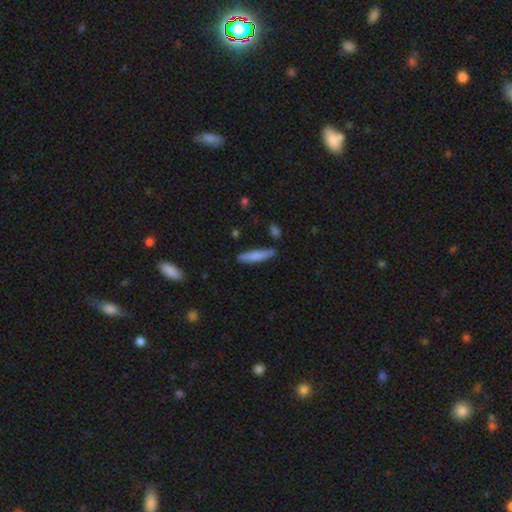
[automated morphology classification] Smooth or featured: smooth — 77% (featured or disk — 18%)
How rounded: cigar-shaped — 87% (in between — 11%)
Merging: none — 82% (minor disturbance — 13%)